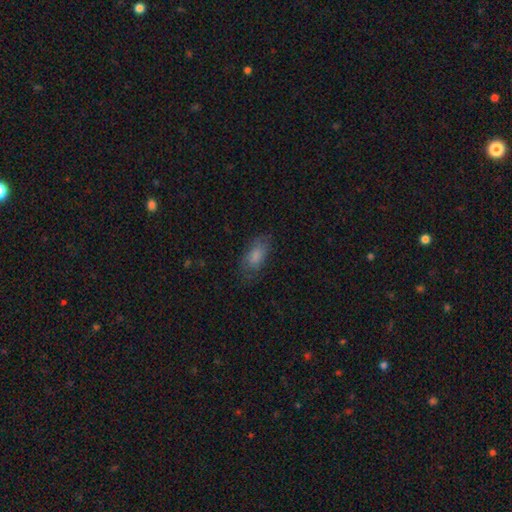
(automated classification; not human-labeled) The model was most divided on "merging": none: 71%, minor disturbance: 20%, major disturbance: 7%, merger: 1%. More confident: how rounded — in between (87%); smooth or featured — smooth (78%).